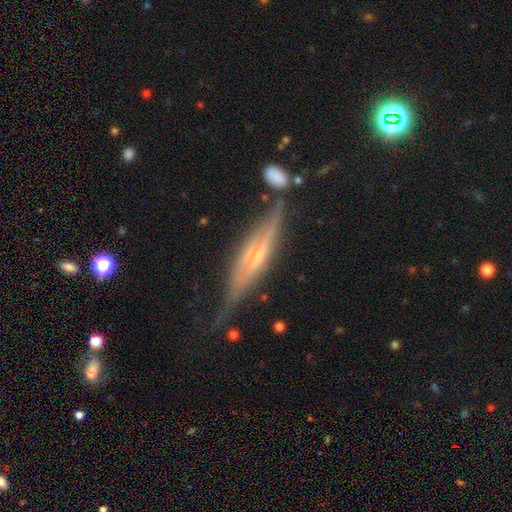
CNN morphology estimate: Smooth or featured? Predicted: featured or disk (p=0.77). Edge-on disk? Predicted: yes (p=0.92). Edge-on bulge? Predicted: rounded (p=0.53). Merging? Predicted: none (p=0.63).